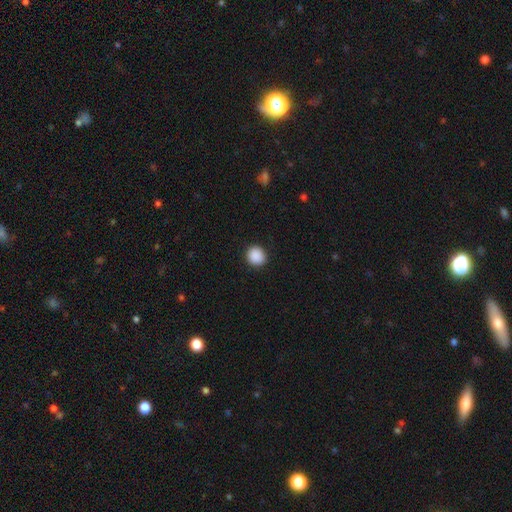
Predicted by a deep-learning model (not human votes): Q: Smooth or featured?
A: smooth (90%); runner-up: star or artifact (8%)
Q: How rounded?
A: round (88%); runner-up: in between (11%)
Q: Merging?
A: none (92%); runner-up: minor disturbance (5%)